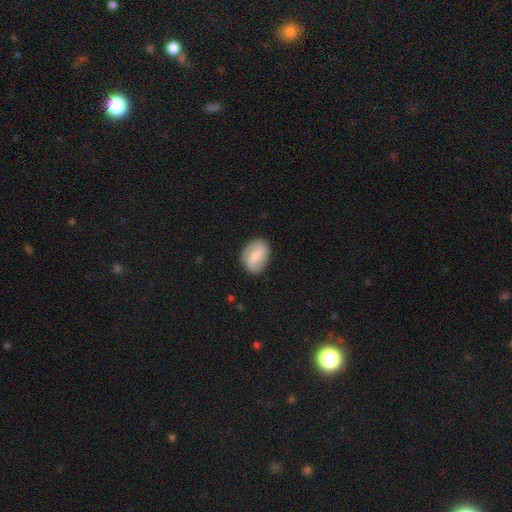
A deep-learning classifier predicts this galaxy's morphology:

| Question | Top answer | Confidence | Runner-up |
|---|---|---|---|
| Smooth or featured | smooth | 48% | featured or disk (45%) |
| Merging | none | 79% | minor disturbance (15%) |